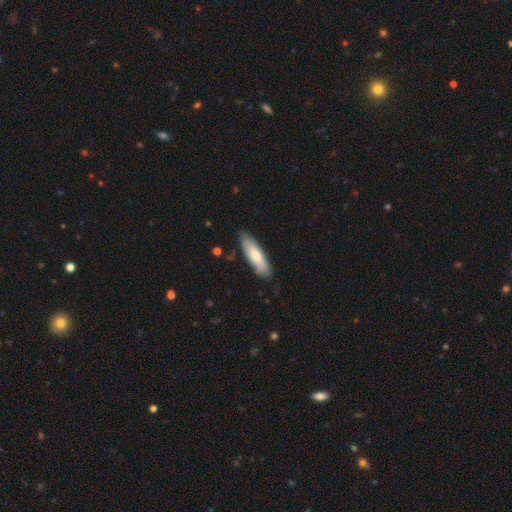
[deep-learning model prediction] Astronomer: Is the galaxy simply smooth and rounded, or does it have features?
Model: smooth — 72%.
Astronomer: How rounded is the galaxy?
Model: cigar-shaped — 56% (runner-up: in between, 42%).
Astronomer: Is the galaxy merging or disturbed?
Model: none — 84%.